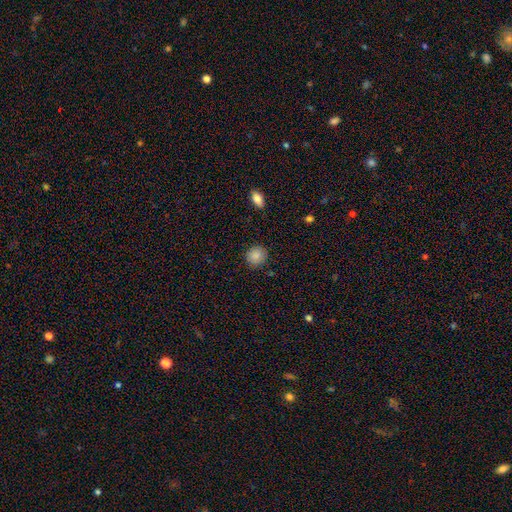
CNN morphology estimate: Overall: smooth (87%). How rounded: round (82%). Merging: none (89%).